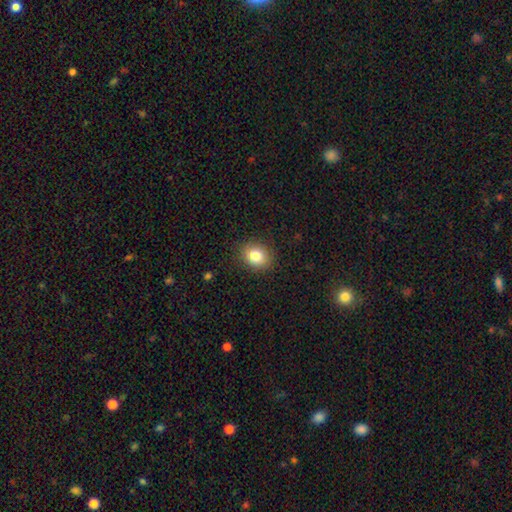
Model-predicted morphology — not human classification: The model was most divided on "how rounded": round: 54%, in between: 45%, cigar-shaped: 1%. More confident: merging — none (88%); smooth or featured — smooth (82%).